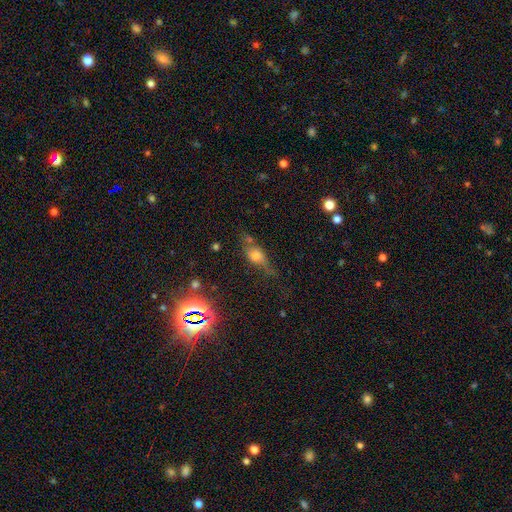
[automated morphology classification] smooth-or-featured: smooth: 46% | featured or disk: 37% | star or artifact: 17%
  merging: none: 54% | minor disturbance: 26% | major disturbance: 14% | merger: 6%